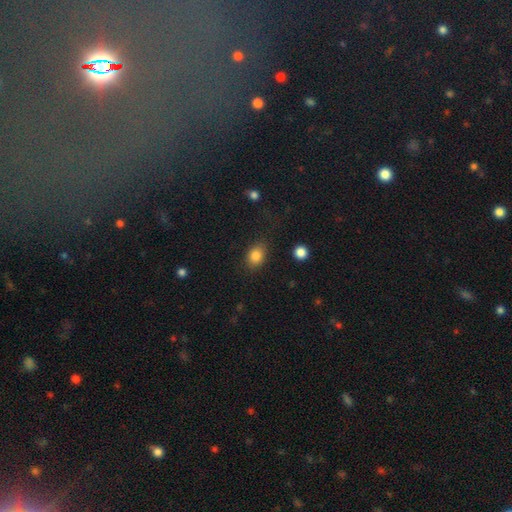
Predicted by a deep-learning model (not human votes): This appears to be a smooth galaxy with no disk features (84%) that is in between round and cigar-shaped (61%). Merging: none (82%).